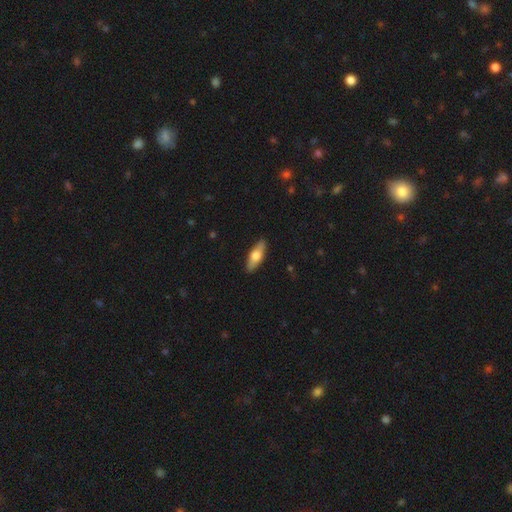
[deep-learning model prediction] Morphology: type=smooth (60%); roundness=in between (56%); merging=none (89%).